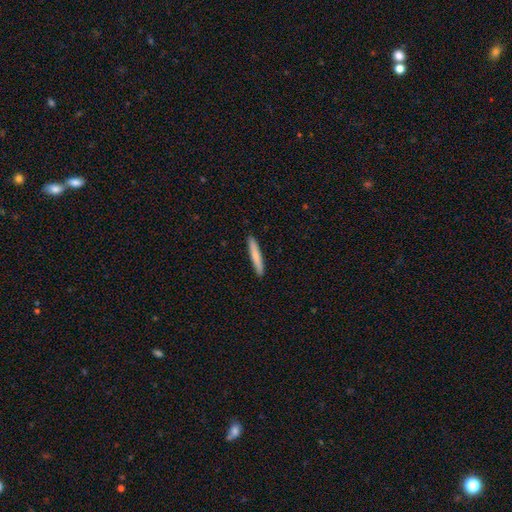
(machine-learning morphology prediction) Q: Smooth or featured?
A: smooth (76%); runner-up: featured or disk (18%)
Q: How rounded?
A: cigar-shaped (94%); runner-up: in between (4%)
Q: Merging?
A: none (92%); runner-up: minor disturbance (6%)